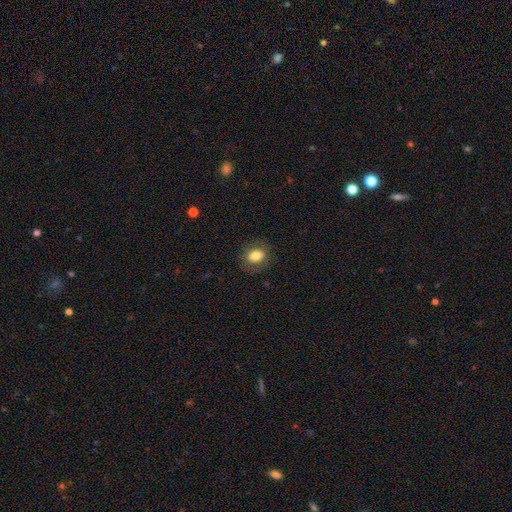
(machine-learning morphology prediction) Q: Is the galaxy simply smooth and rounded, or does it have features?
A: smooth — 79%.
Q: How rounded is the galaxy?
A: in between — 51%.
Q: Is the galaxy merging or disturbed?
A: none — 83%.